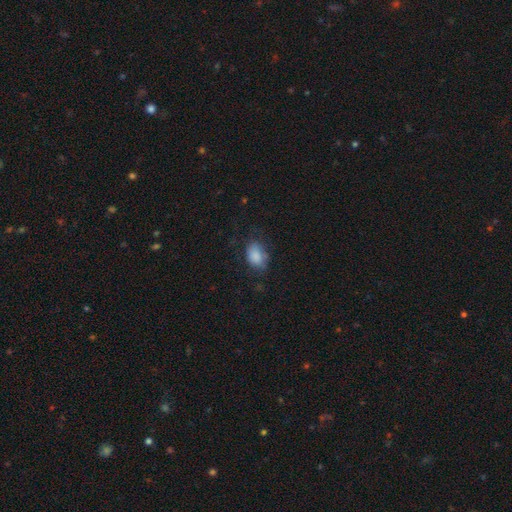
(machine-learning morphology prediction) Smooth or featured: smooth — 83% (featured or disk — 9%)
How rounded: in between — 84% (round — 14%)
Merging: none — 61% (minor disturbance — 25%)